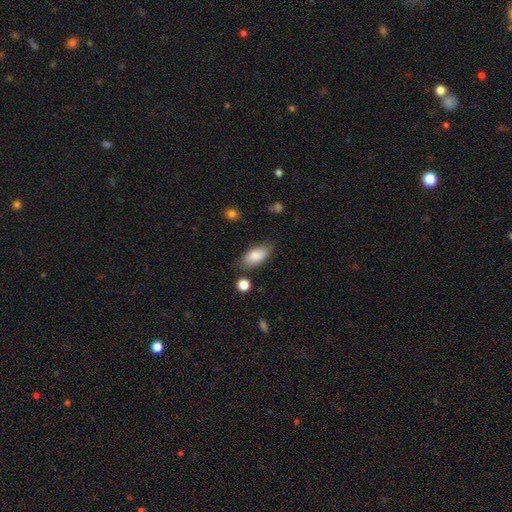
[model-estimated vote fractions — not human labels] A smooth galaxy with no disk features (84%) that is in between round and cigar-shaped (88%). Merging: none (77%).